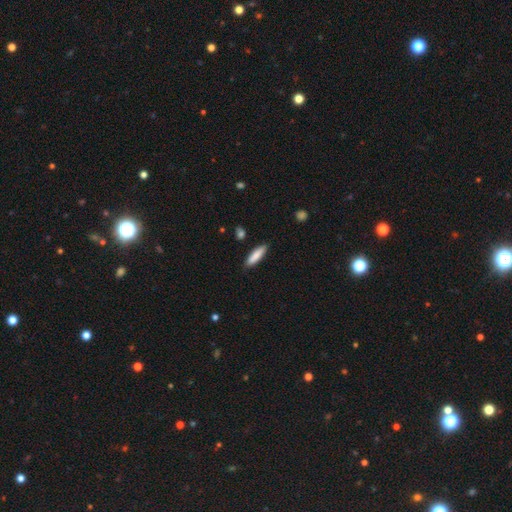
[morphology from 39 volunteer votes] Smooth or featured: smooth — 87% (featured or disk — 10%)
How rounded: cigar-shaped — 74% (in between — 26%)
Merging: none — 95% (minor disturbance — 3%)